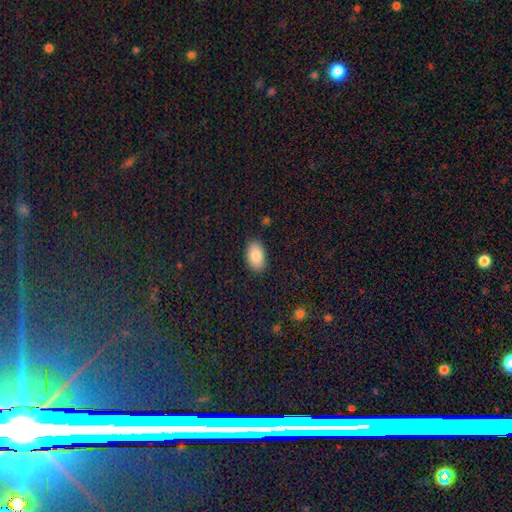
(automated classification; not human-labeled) smooth_or_featured: smooth (p=0.87) [alt: star or artifact p=0.07]
how_rounded: in between (p=0.93) [alt: round p=0.05]
merging: none (p=0.88) [alt: minor disturbance p=0.09]